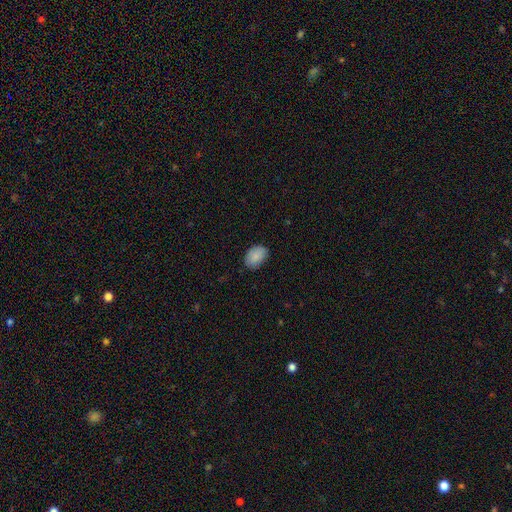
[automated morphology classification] smooth_or_featured: smooth (p=0.88) [alt: star or artifact p=0.07]
how_rounded: in between (p=0.87) [alt: round p=0.12]
merging: none (p=0.83) [alt: minor disturbance p=0.14]